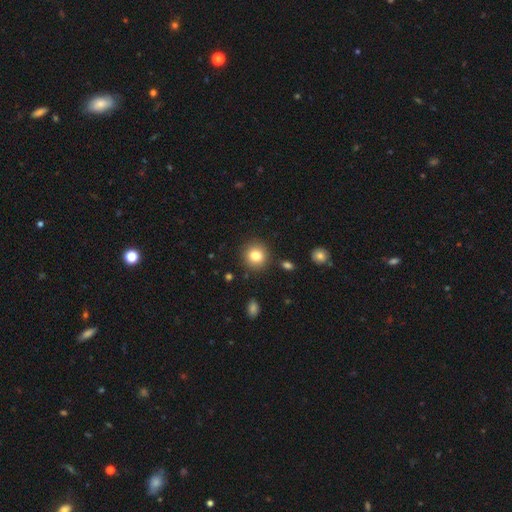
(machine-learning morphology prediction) The model was most divided on "smooth or featured": smooth: 82%, star or artifact: 10%, featured or disk: 8%. More confident: how rounded — round (90%); merging — none (89%).